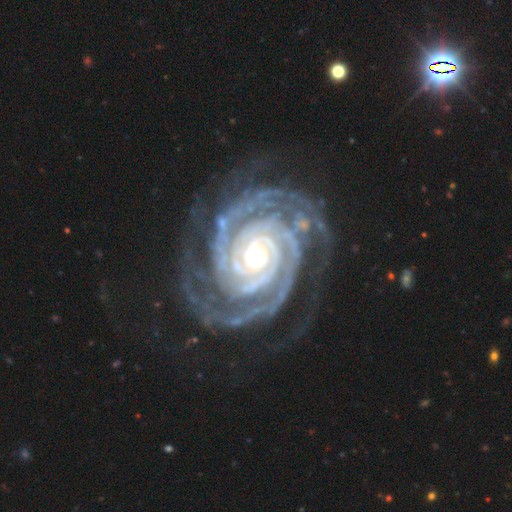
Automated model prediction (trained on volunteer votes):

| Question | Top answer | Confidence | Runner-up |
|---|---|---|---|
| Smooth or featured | featured or disk | 95% | star or artifact (4%) |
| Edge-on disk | no | 98% | yes (2%) |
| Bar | no | 61% | weak (21%) |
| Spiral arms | yes | 99% | no (1%) |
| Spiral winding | tight | 86% | medium (12%) |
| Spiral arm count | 2 | 28% | 3 (25%) |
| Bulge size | moderate | 52% | small (43%) |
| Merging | none | 76% | minor disturbance (15%) |